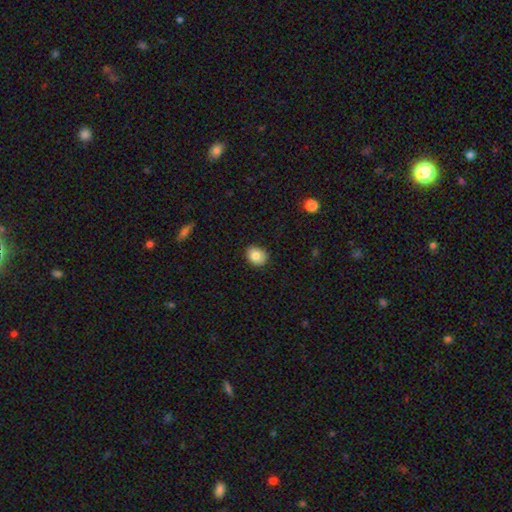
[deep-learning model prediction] This is clearly a smooth galaxy (81%). How rounded: possibly round (55%). Merging: clearly none (85%).